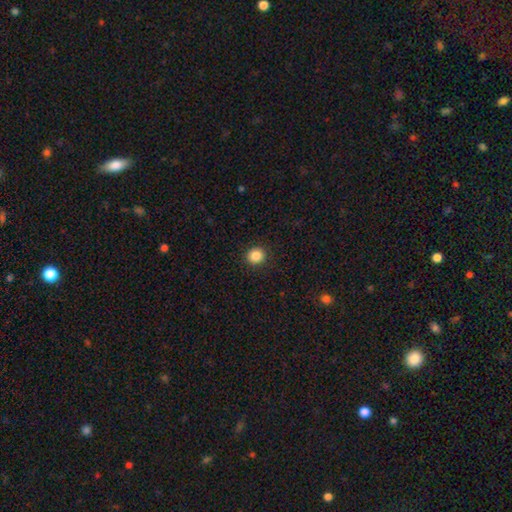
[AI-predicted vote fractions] Overall: smooth (86%). How rounded: round (88%). Merging: none (92%).